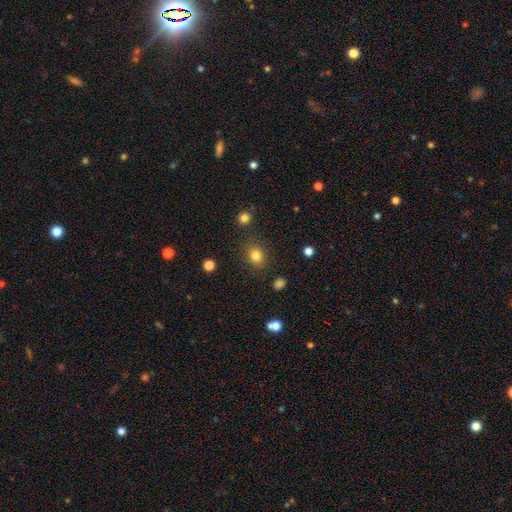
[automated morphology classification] The model was most divided on "how rounded": round: 60%, in between: 39%, cigar-shaped: 1%. More confident: merging — none (83%); smooth or featured — smooth (82%).